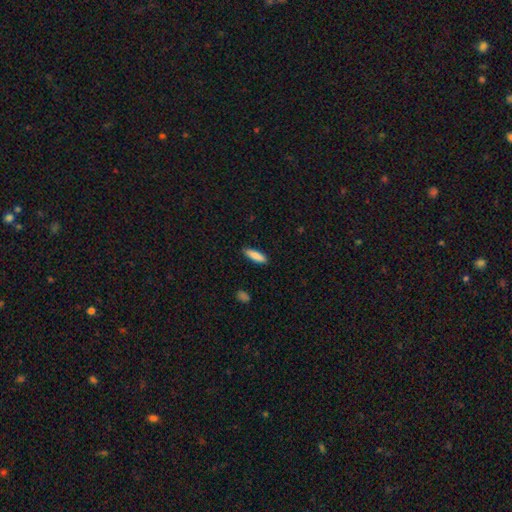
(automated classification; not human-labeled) A smooth galaxy with no disk features (86%) that is cigar-shaped (58%). Merging: none (89%).